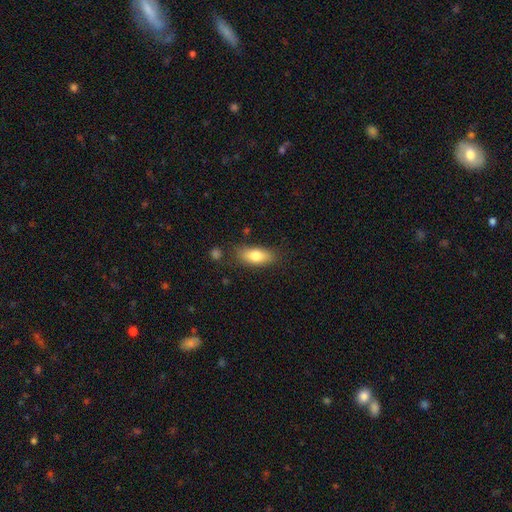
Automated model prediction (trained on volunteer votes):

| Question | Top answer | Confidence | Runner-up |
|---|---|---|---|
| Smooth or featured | smooth | 78% | featured or disk (15%) |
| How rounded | in between | 81% | cigar-shaped (16%) |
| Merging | none | 78% | minor disturbance (15%) |